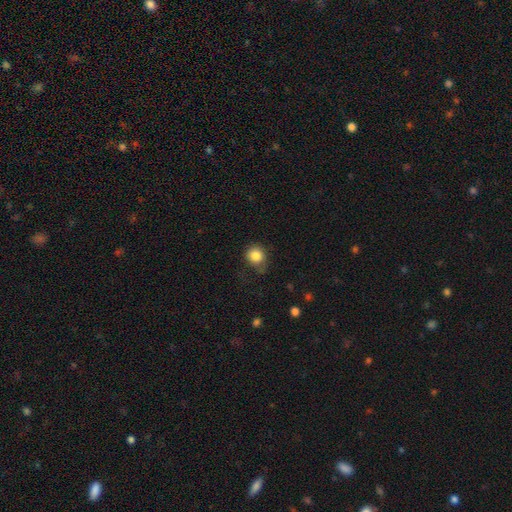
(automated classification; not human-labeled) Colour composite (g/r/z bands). It shows a smooth galaxy with no disk features (84%) that is round (82%). Merging: none (62%).